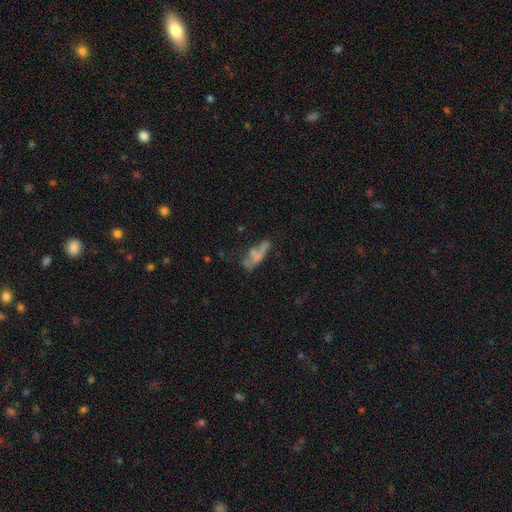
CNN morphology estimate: smooth 52%, featured or disk 36%, star or artifact 13%. Down the decision tree: how rounded — in between (51%); merging — none (36%).